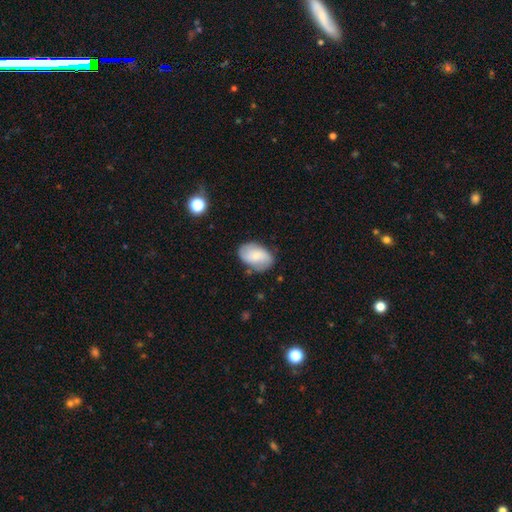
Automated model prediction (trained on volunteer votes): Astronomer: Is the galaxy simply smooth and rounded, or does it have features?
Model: smooth — 58% (runner-up: featured or disk, 34%).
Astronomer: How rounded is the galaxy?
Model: in between — 87%.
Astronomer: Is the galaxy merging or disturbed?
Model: none — 73%.